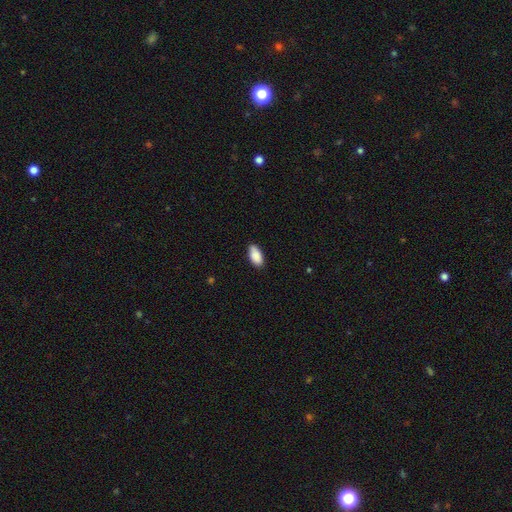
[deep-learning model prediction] Smooth or featured? Predicted: smooth (p=0.89). How rounded? Predicted: in between (p=0.92). Merging? Predicted: none (p=0.83).